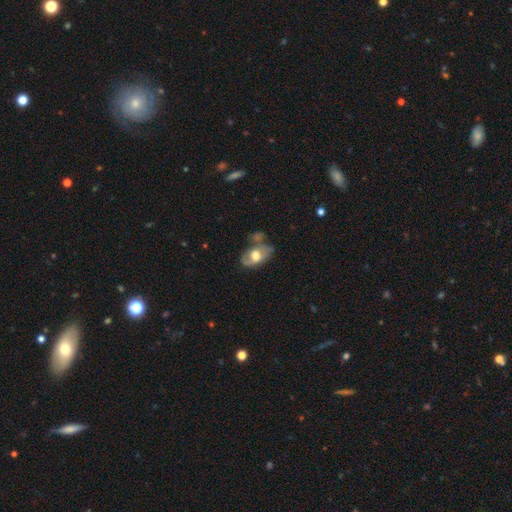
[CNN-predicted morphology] featured or disk 50%, smooth 43%, star or artifact 7%. Down the decision tree: merging — none (41%).